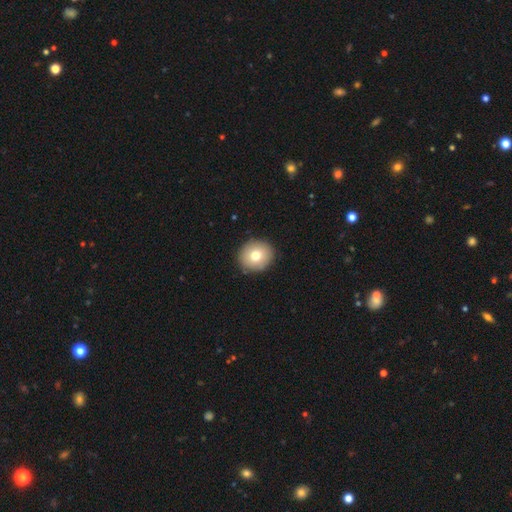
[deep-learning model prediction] The model was most divided on "smooth or featured": smooth: 76%, featured or disk: 15%, star or artifact: 9%. More confident: merging — none (91%); how rounded — round (87%).